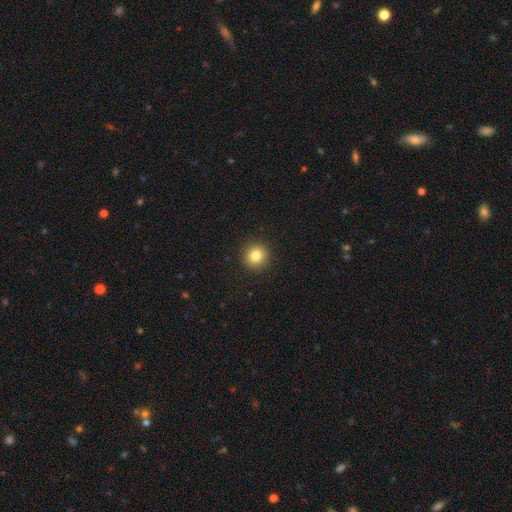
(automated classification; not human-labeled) Morphology: type=smooth (83%); roundness=round (93%); merging=none (92%).